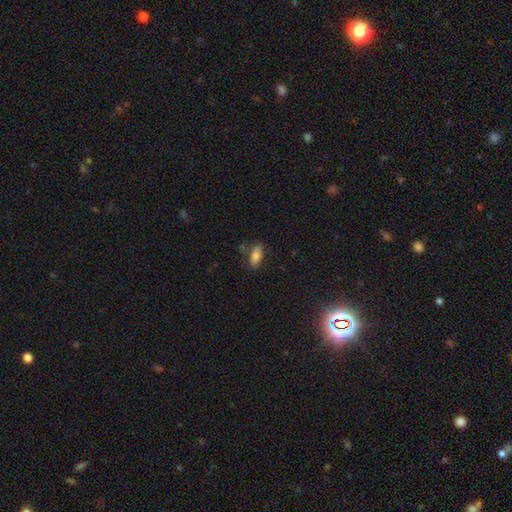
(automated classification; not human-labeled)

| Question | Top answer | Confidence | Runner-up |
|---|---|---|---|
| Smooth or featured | smooth | 79% | featured or disk (12%) |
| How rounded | in between | 86% | cigar-shaped (11%) |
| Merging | none | 71% | minor disturbance (18%) |